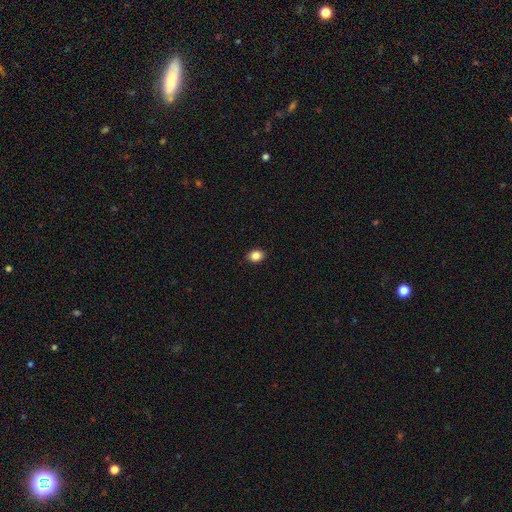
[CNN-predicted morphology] smooth_or_featured: smooth (p=0.86) [alt: star or artifact p=0.10]
how_rounded: in between (p=0.58) [alt: round p=0.41]
merging: none (p=0.90) [alt: minor disturbance p=0.07]